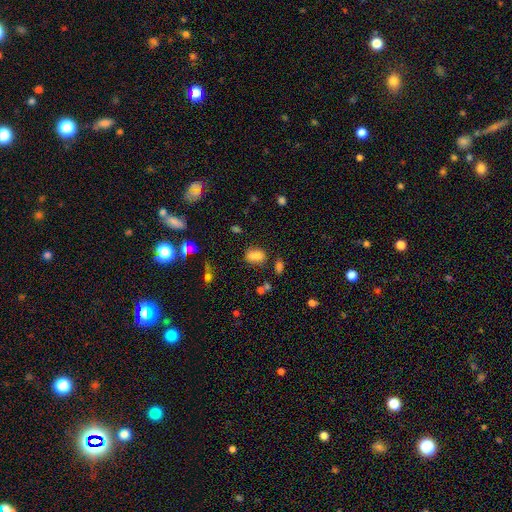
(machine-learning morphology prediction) A smooth galaxy with no disk features (73%) that is in between round and cigar-shaped (63%).

Vote fractions:
- Smooth or featured? smooth: 73% / star or artifact: 15% / featured or disk: 12%
- How rounded? in between: 63% / round: 35% / cigar-shaped: 2%
- Merging? none: 44% / merger: 37% / minor disturbance: 13% / major disturbance: 5%